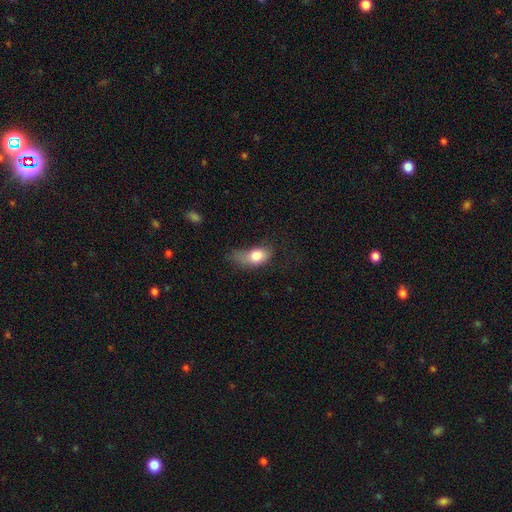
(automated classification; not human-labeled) Smooth or featured: smooth — 78% (featured or disk — 14%)
How rounded: in between — 83% (round — 12%)
Merging: major disturbance — 36% (tied with minor disturbance — 36%)